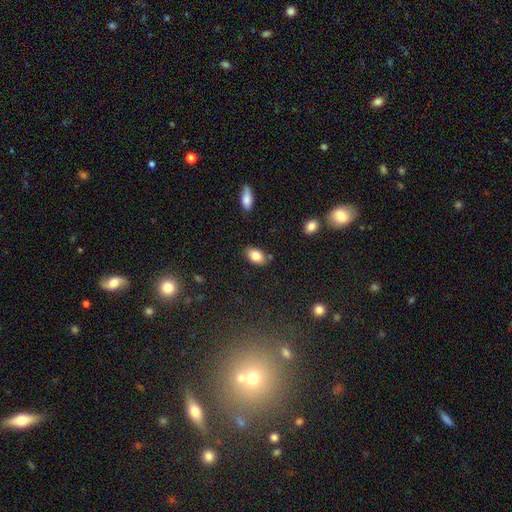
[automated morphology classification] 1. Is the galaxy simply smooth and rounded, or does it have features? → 83% smooth, 9% featured or disk, 8% star or artifact.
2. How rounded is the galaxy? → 91% in between, 8% round, 2% cigar-shaped.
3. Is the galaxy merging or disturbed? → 81% none, 13% minor disturbance, 3% merger, 3% major disturbance.